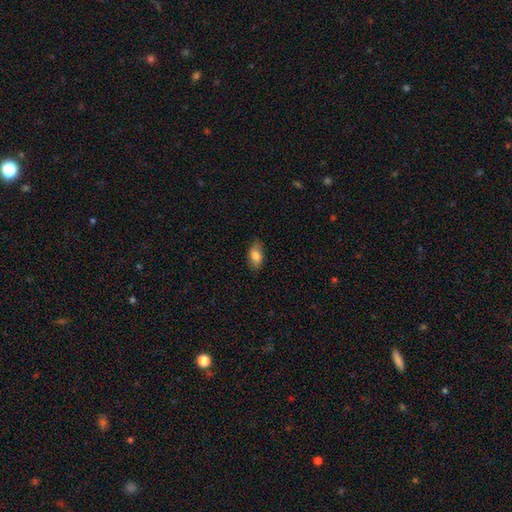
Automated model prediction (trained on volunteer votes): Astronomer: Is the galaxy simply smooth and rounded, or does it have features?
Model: smooth — 83%.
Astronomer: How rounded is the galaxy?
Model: in between — 90%.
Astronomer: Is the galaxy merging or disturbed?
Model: none — 78%.